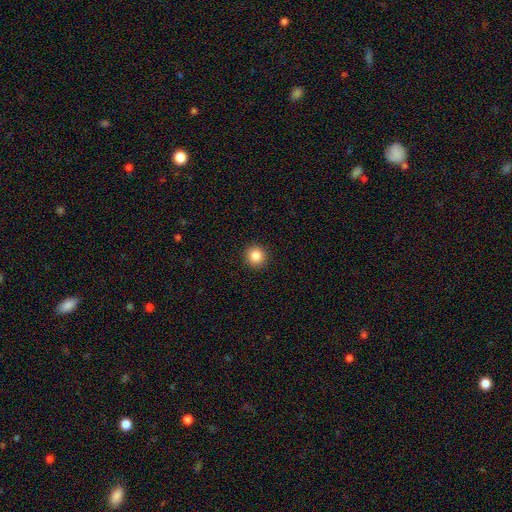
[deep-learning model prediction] The model was most divided on "smooth or featured": smooth: 85%, star or artifact: 10%, featured or disk: 4%. More confident: how rounded — round (95%); merging — none (93%).